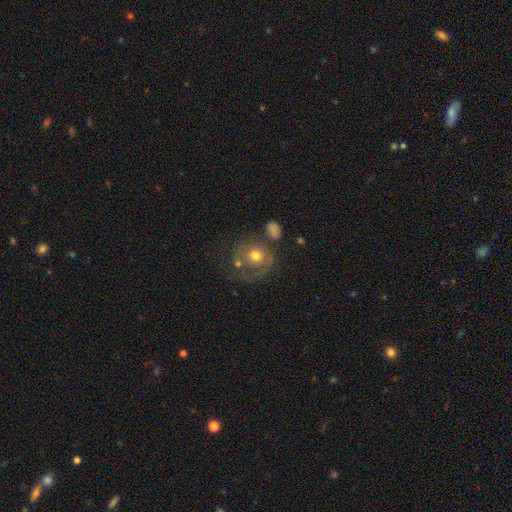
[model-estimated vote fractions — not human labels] Smooth or featured? smooth (47%)
Merging? none (44%)